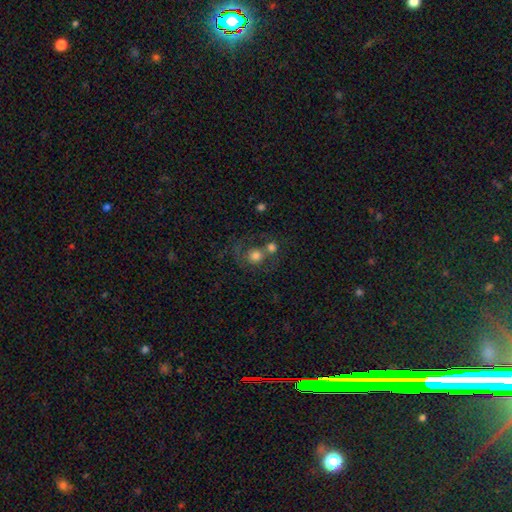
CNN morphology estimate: Smooth or featured? smooth (65%)
How rounded? round (84%)
Merging? merger (47%)